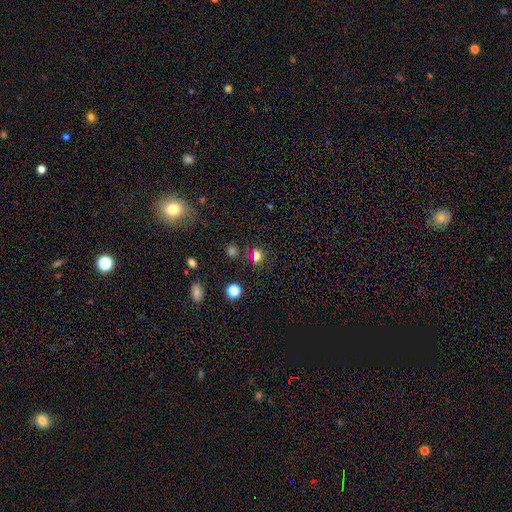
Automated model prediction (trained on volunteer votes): A smooth galaxy with no disk features (73%) that is round (76%). Merging: none (80%).